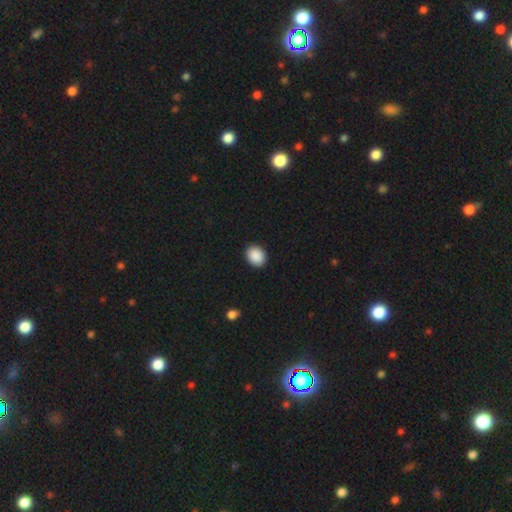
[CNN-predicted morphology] Smooth or featured? Predicted: smooth (p=0.90). How rounded? Predicted: in between (p=0.59). Merging? Predicted: none (p=0.91).